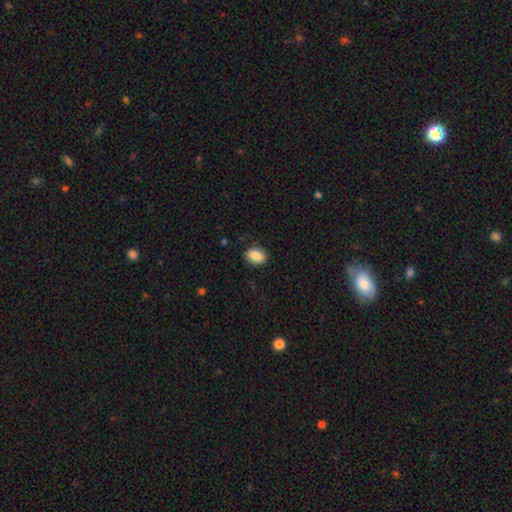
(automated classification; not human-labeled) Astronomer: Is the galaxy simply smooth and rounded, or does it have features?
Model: smooth — 87%.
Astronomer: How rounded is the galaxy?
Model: in between — 77%.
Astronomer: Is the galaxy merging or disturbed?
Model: none — 85%.